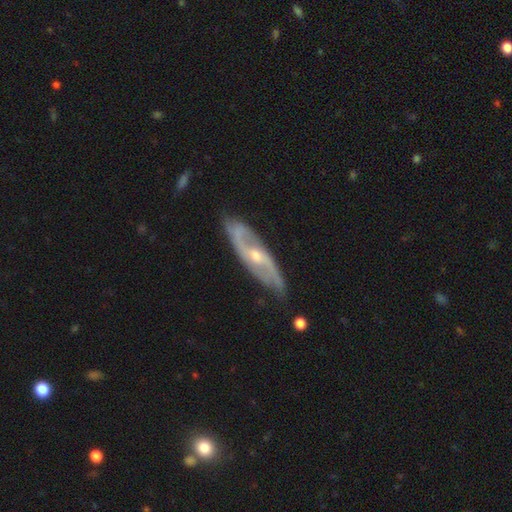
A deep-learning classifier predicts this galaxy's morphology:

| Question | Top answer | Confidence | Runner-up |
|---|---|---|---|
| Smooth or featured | featured or disk | 84% | smooth (11%) |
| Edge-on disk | no | 82% | yes (18%) |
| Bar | no | 49% | weak (39%) |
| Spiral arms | yes | 93% | no (7%) |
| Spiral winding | medium | 43% | loose (36%) |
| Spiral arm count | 2 | 84% | can't tell (9%) |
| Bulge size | small | 50% | moderate (47%) |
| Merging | none | 77% | minor disturbance (18%) |